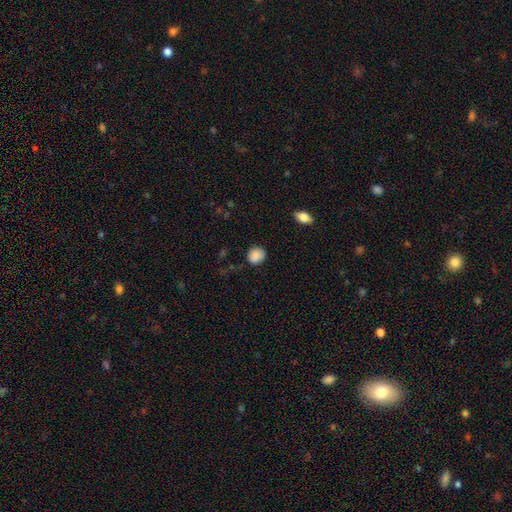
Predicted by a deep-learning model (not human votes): Q: Smooth or featured?
A: smooth (86%); runner-up: star or artifact (8%)
Q: How rounded?
A: round (79%); runner-up: in between (20%)
Q: Merging?
A: none (77%); runner-up: minor disturbance (18%)